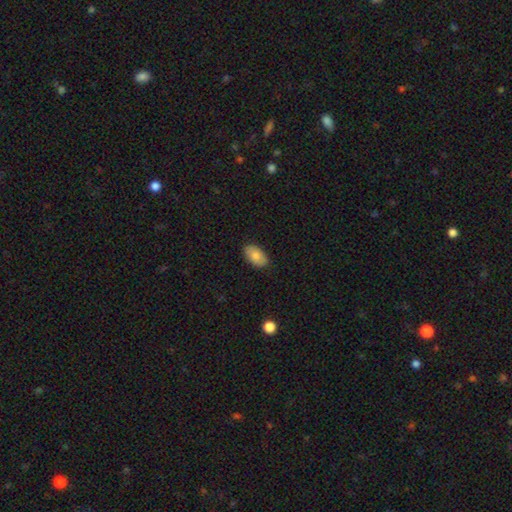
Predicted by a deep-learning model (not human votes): A smooth galaxy with no disk features (84%) that is in between round and cigar-shaped (93%). Merging: none (87%).